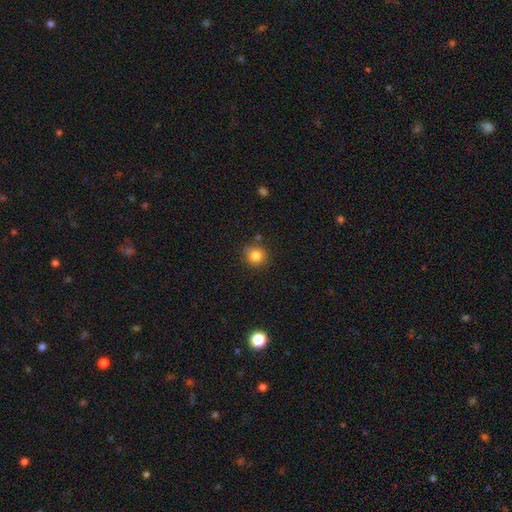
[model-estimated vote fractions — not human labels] This is clearly a smooth galaxy (83%). How rounded: clearly round (92%). Merging: clearly none (83%).